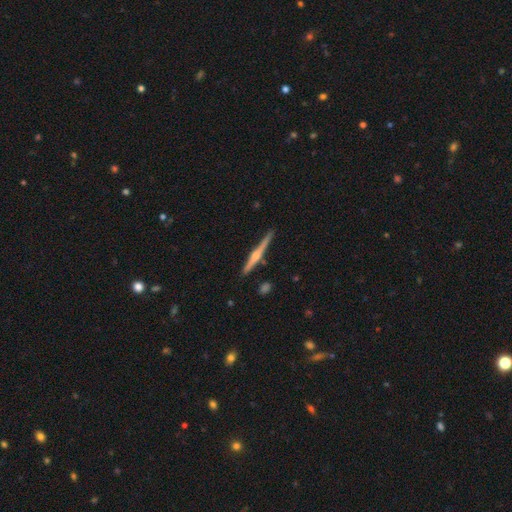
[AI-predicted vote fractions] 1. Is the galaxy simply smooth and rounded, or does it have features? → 76% featured or disk, 18% smooth, 6% star or artifact.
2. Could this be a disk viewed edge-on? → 98% yes, 2% no.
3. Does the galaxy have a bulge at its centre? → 87% rounded, 7% none, 6% boxy.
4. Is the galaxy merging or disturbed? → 88% none, 8% minor disturbance, 2% merger, 2% major disturbance.